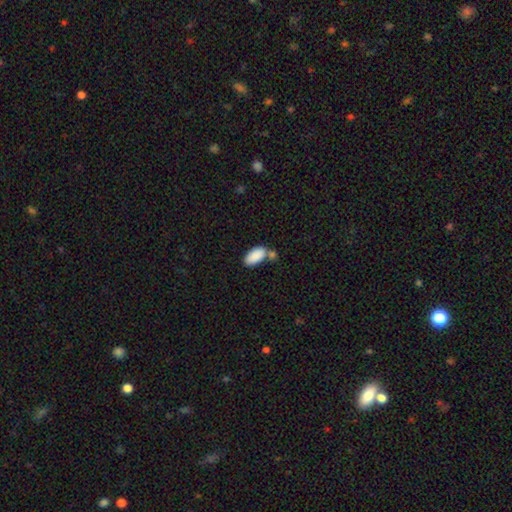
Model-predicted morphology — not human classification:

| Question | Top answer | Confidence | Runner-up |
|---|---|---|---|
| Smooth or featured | smooth | 88% | star or artifact (6%) |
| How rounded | in between | 95% | cigar-shaped (3%) |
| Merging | none | 52% | merger (30%) |